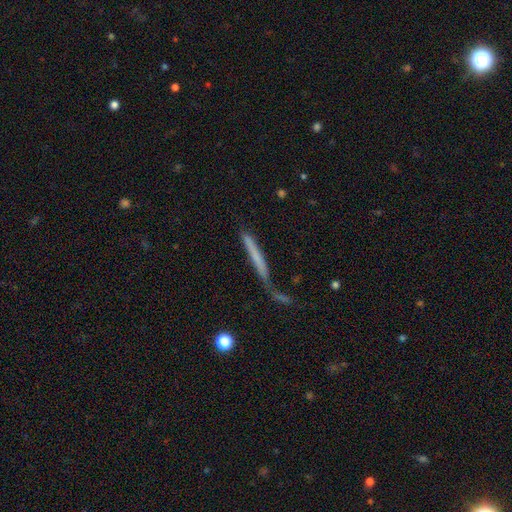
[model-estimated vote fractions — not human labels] Smooth or featured: smooth — 58% (featured or disk — 34%)
How rounded: cigar-shaped — 95% (in between — 3%)
Merging: none — 49% (minor disturbance — 21%)